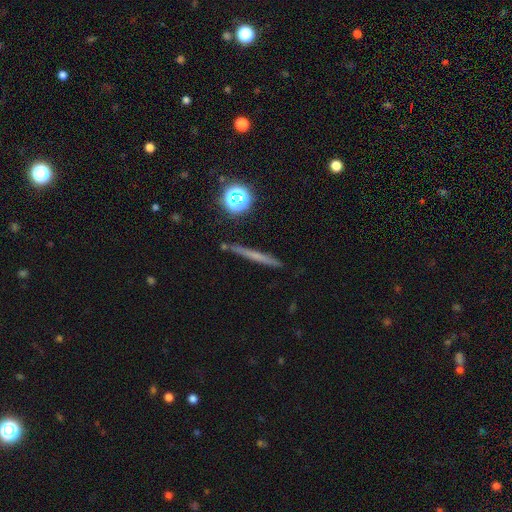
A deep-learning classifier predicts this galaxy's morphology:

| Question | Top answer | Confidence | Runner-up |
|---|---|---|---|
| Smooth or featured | smooth | 49% | featured or disk (39%) |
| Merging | none | 89% | minor disturbance (8%) |